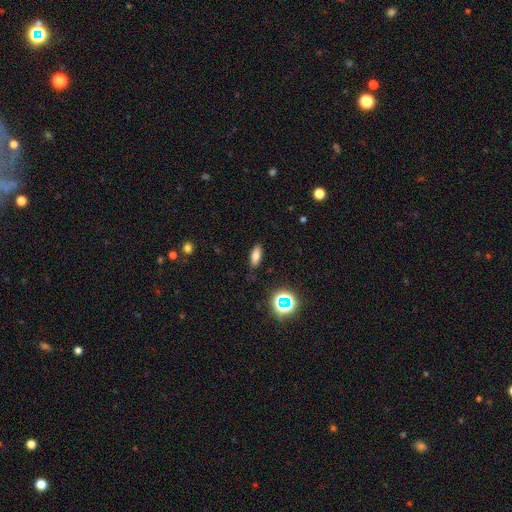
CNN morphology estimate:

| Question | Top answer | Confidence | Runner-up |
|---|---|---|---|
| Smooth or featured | smooth | 74% | star or artifact (14%) |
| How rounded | in between | 77% | cigar-shaped (19%) |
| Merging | none | 85% | minor disturbance (11%) |